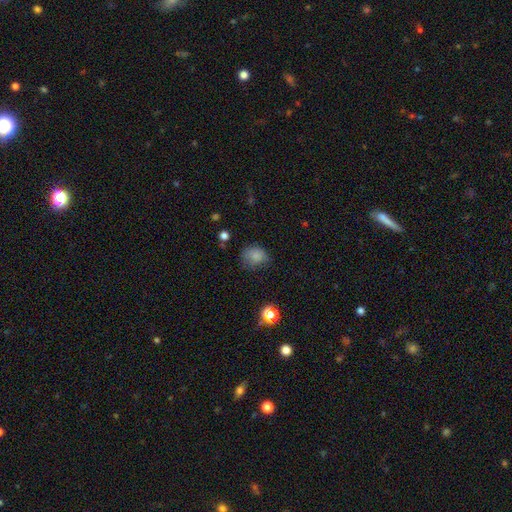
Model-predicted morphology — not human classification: smooth-or-featured: smooth: 80% | star or artifact: 12% | featured or disk: 8%
  how-rounded: round: 62% | in between: 37% | cigar-shaped: 1%
  merging: none: 61% | minor disturbance: 28% | major disturbance: 9% | merger: 2%